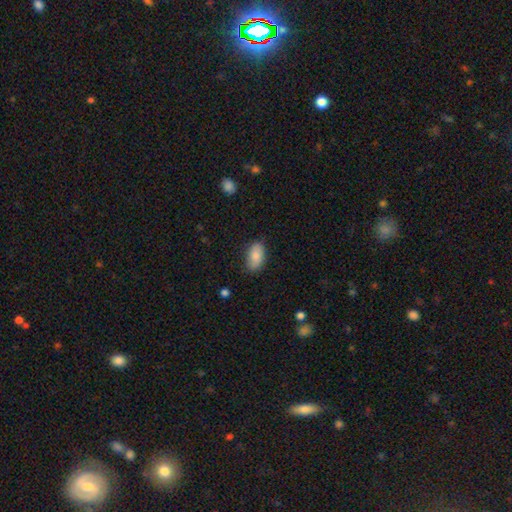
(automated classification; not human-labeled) Overall: smooth (84%). How rounded: in between (93%). Merging: none (80%).